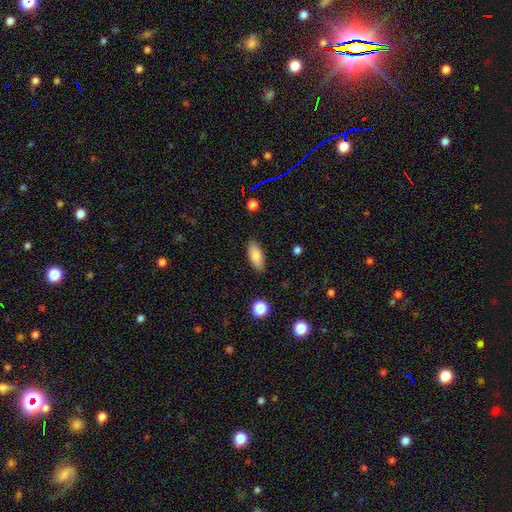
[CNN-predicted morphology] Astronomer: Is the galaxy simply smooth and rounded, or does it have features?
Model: smooth — 84%.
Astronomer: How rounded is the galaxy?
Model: in between — 86%.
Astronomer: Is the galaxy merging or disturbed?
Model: none — 86%.